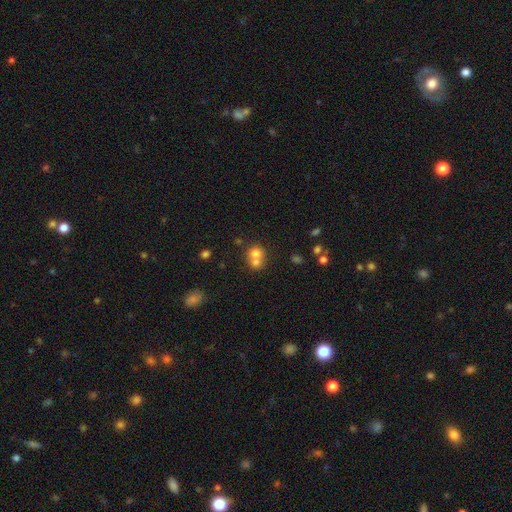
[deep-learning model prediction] Q: Smooth or featured?
A: smooth (70%); runner-up: featured or disk (17%)
Q: How rounded?
A: round (76%); runner-up: in between (23%)
Q: Merging?
A: merger (63%); runner-up: none (29%)